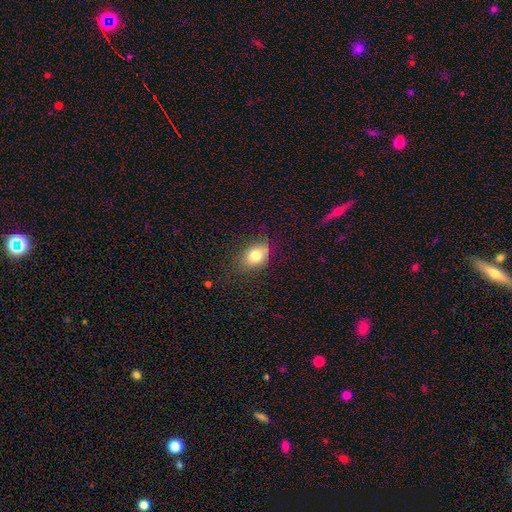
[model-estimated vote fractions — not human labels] A smooth galaxy with no disk features (79%) that is in between round and cigar-shaped (68%). Merging: none (72%).